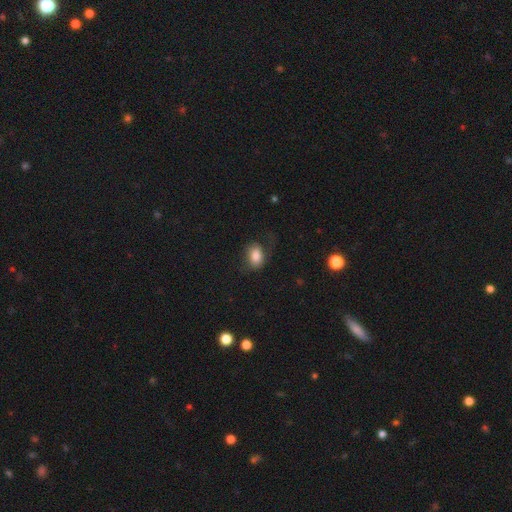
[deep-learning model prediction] Morphology: type=smooth (76%); roundness=in between (77%); merging=none (53%).